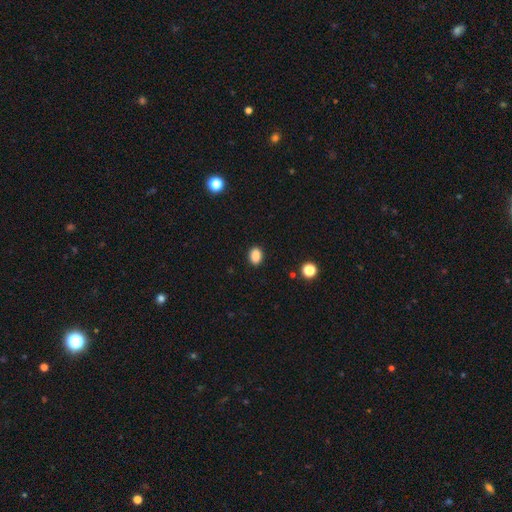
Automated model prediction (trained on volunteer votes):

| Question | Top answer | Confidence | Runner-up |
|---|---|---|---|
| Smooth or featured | smooth | 88% | star or artifact (9%) |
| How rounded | in between | 74% | round (25%) |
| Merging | none | 89% | minor disturbance (8%) |